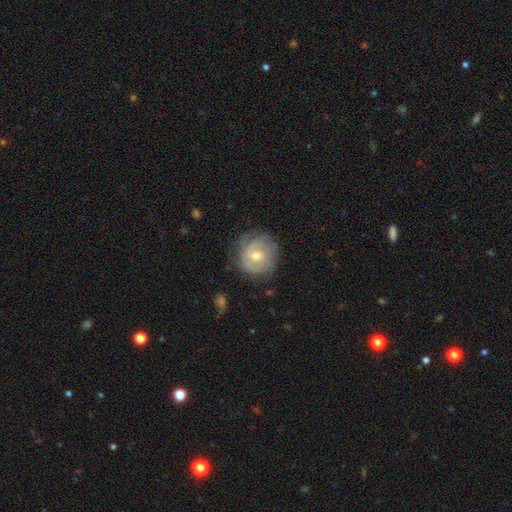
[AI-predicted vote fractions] smooth_or_featured: featured or disk (p=0.72) [alt: smooth p=0.21]
disk_edge_on: no (p=0.97) [alt: yes p=0.03]
bar: no (p=0.56) [alt: weak p=0.37]
has_spiral_arms: yes (p=0.88) [alt: no p=0.12]
spiral_winding: tight (p=0.69) [alt: medium p=0.24]
spiral_arm_count: 2 (p=0.38) [alt: can't tell p=0.36]
bulge_size: moderate (p=0.54) [alt: small p=0.42]
merging: none (p=0.75) [alt: minor disturbance p=0.17]